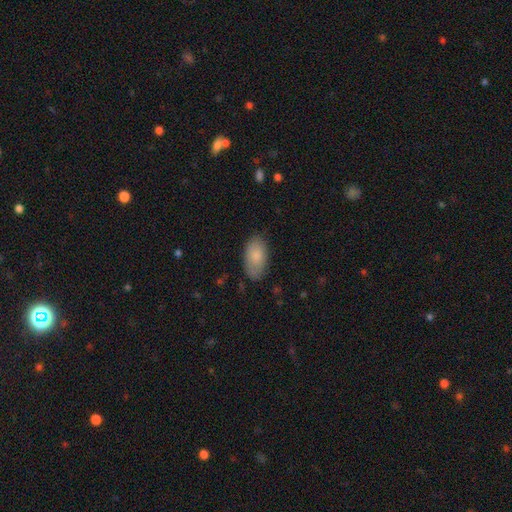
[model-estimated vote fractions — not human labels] Overall: smooth (83%). How rounded: in between (94%). Merging: none (80%).